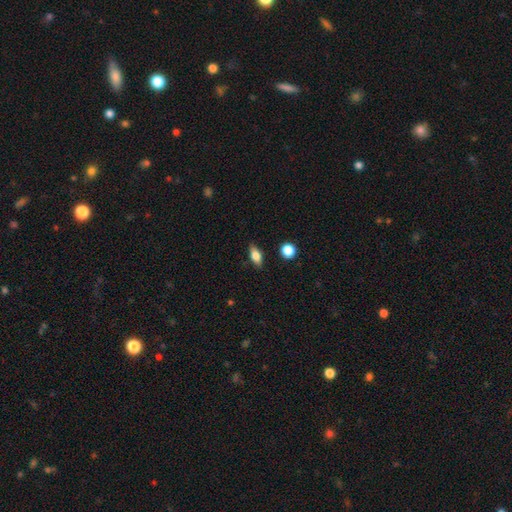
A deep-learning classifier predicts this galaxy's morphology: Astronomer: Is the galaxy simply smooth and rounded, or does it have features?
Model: smooth — 76%.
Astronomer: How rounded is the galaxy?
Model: in between — 81%.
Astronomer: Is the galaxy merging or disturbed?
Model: none — 84%.